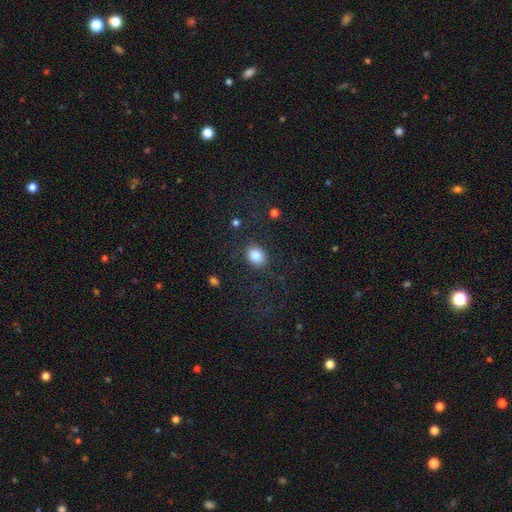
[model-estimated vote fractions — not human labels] smooth-or-featured: smooth: 85% | star or artifact: 10% | featured or disk: 5%
  how-rounded: round: 50% | in between: 49% | cigar-shaped: 1%
  merging: none: 82% | minor disturbance: 11% | major disturbance: 5% | merger: 2%